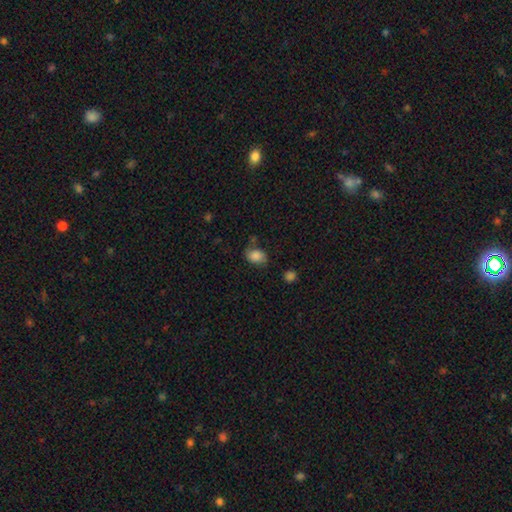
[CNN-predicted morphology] Smooth or featured: smooth — 83% (star or artifact — 9%)
How rounded: in between — 75% (round — 24%)
Merging: none — 62% (minor disturbance — 24%)